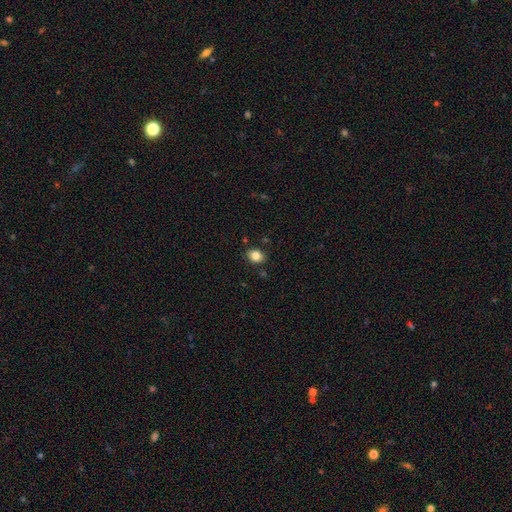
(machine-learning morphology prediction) A smooth galaxy with no disk features (84%) that is round (50%, tied with in between). Merging: none (86%).